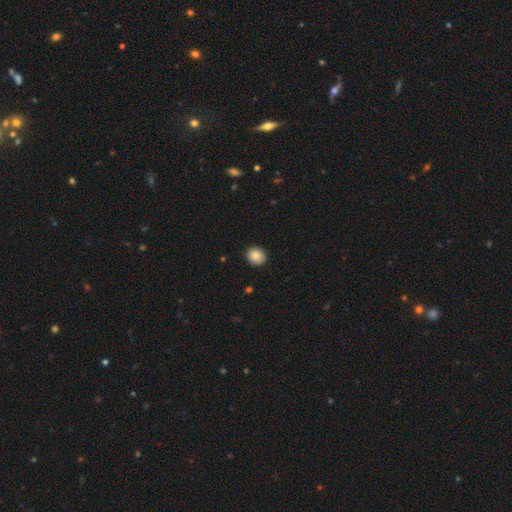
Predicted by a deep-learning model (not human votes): A smooth galaxy with no disk features (87%) that is round (80%).

Vote fractions:
- Smooth or featured? smooth: 87% / star or artifact: 9% / featured or disk: 5%
- How rounded? round: 80% / in between: 19% / cigar-shaped: 1%
- Merging? none: 90% / minor disturbance: 7% / major disturbance: 2% / merger: 1%